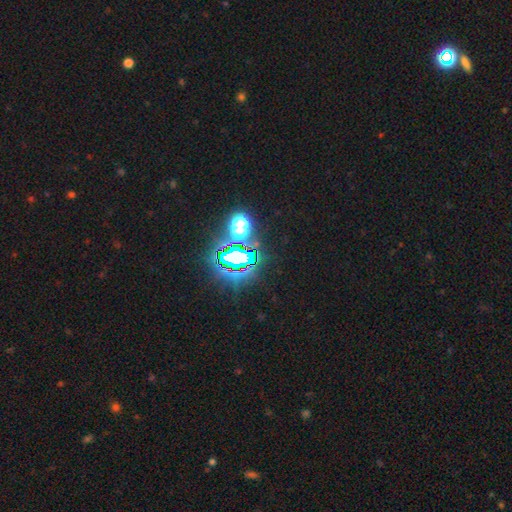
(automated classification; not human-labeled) star or artifact 82%, smooth 12%, featured or disk 6%.